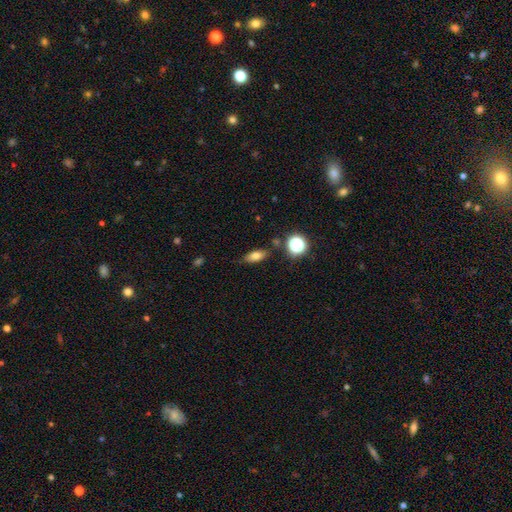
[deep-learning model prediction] This is likely a smooth galaxy (74%). How rounded: likely in between (74%). Merging: likely none (79%).